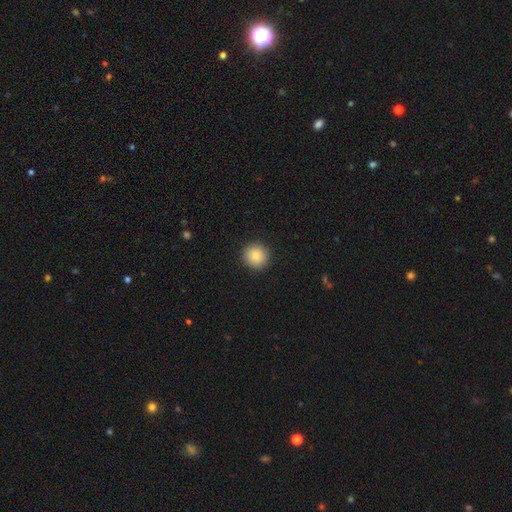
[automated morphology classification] This appears to be a smooth galaxy with no disk features (85%) that is round (94%). Merging: none (91%).